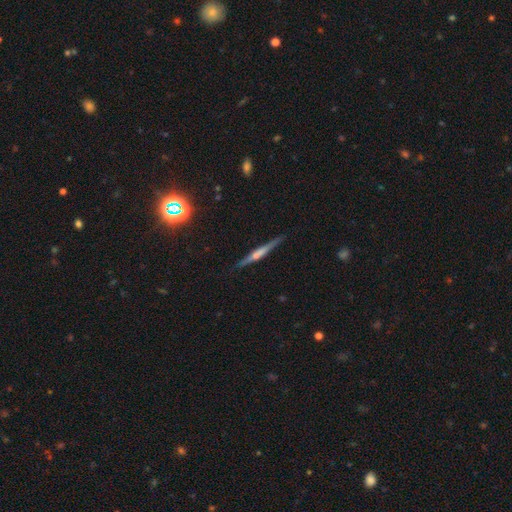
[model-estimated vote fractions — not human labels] Morphology: type=featured or disk (67%); edge-on=yes (98%); edge-on bulge=rounded (70%); merging=none (88%).